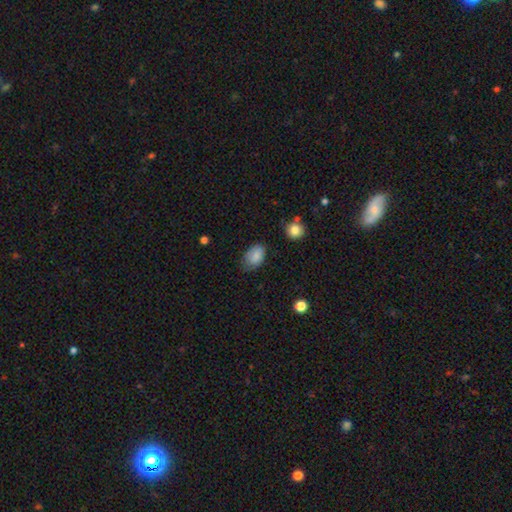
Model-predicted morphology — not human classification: This is clearly a smooth galaxy (84%). How rounded: clearly in between (84%). Merging: likely none (60%).